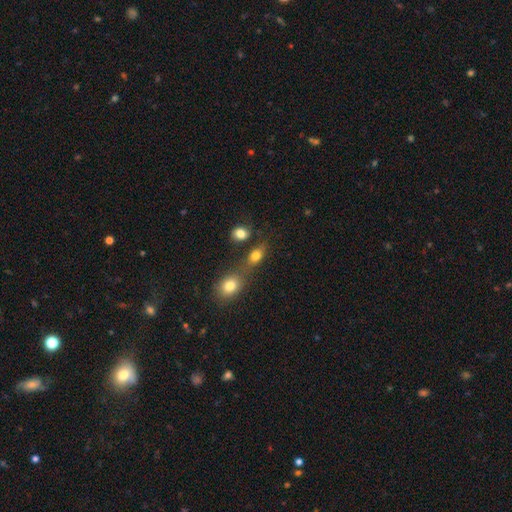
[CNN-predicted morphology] Smooth or featured? smooth (79%)
How rounded? in between (73%)
Merging? none (52%)